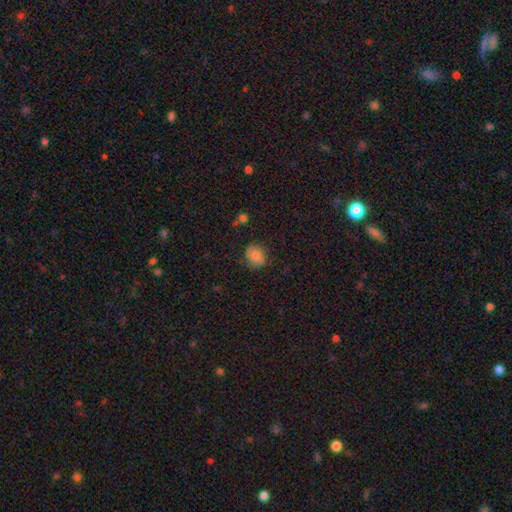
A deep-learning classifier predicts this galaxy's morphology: smooth 81%, featured or disk 10%, star or artifact 10%. Down the decision tree: how rounded — round (63%); merging — none (77%).